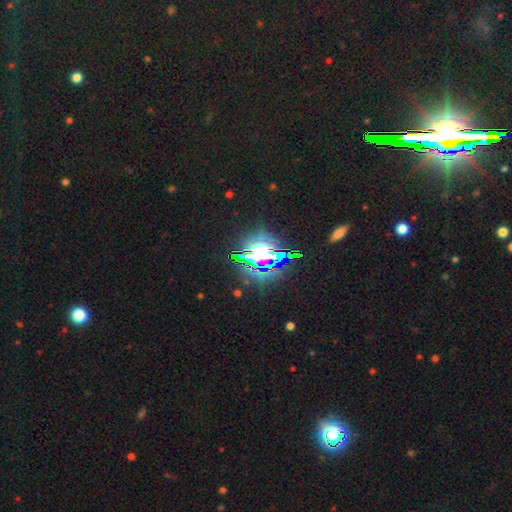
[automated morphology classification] Q: Smooth or featured?
A: star or artifact (76%); runner-up: smooth (14%)